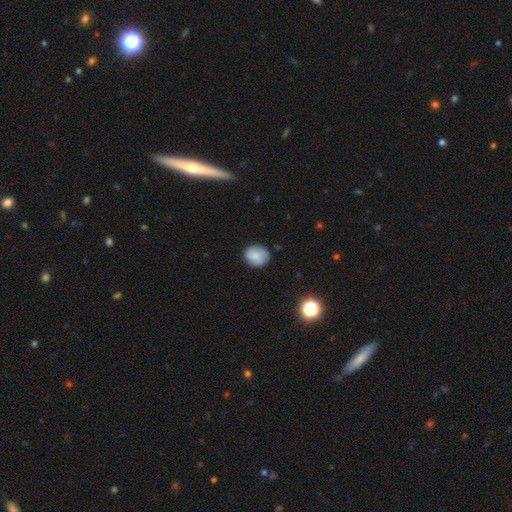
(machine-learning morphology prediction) type=smooth (79%); roundness=round (70%); merging=none (79%).